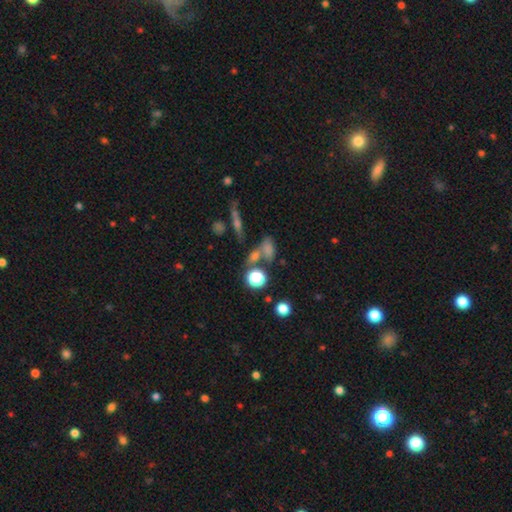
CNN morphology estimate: This appears to be a smooth galaxy with no disk features (53%) that is round (51%). Merging: none (50%).